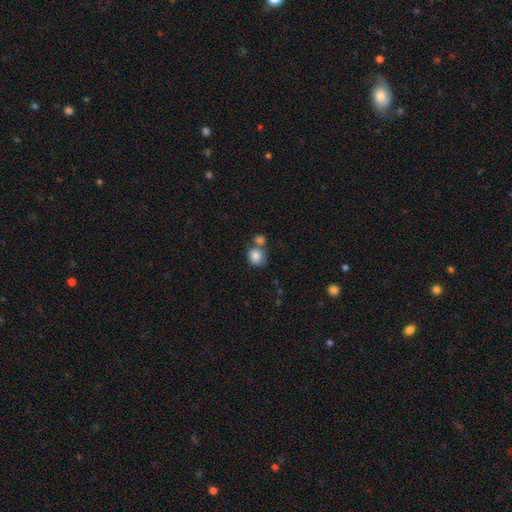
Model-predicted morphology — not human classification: A smooth galaxy with no disk features (84%) that is round (79%).

Vote fractions:
- Smooth or featured? smooth: 84% / star or artifact: 8% / featured or disk: 7%
- How rounded? round: 79% / in between: 20% / cigar-shaped: 1%
- Merging? none: 48% / merger: 37% / minor disturbance: 12% / major disturbance: 4%